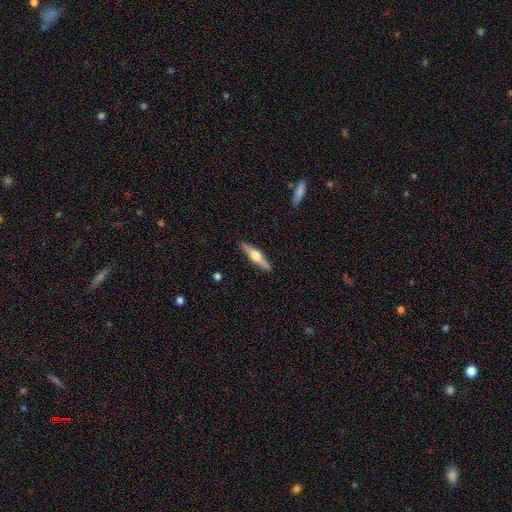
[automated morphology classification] Overall: featured or disk (66%; smooth 29%). Edge-on disk: yes (97%). Edge-on bulge: rounded (94%). Merging: none (91%).